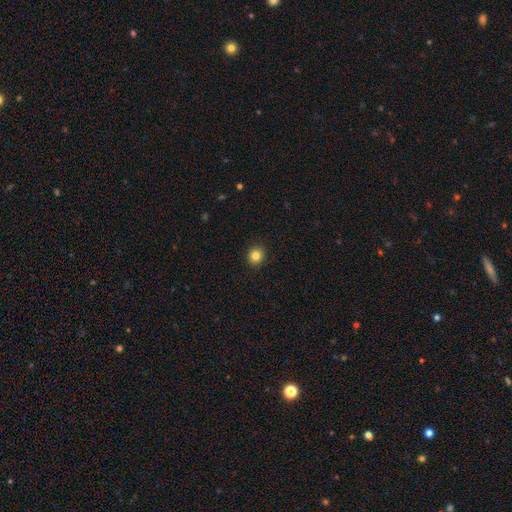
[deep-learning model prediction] The model was most divided on "smooth or featured": smooth: 83%, star or artifact: 12%, featured or disk: 5%. More confident: merging — none (92%); how rounded — round (89%).